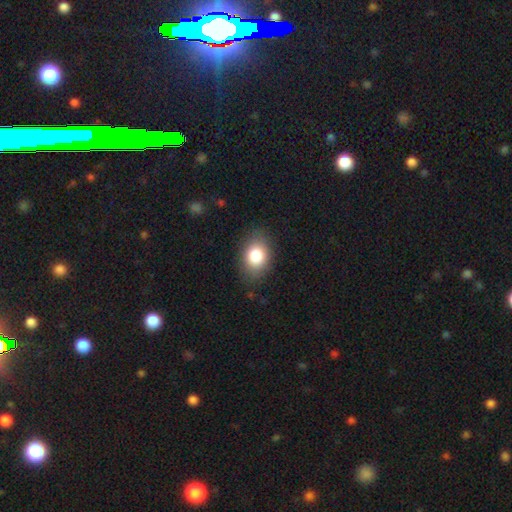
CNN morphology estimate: A smooth galaxy with no disk features (83%) that is in between round and cigar-shaped (72%). Merging: none (83%).